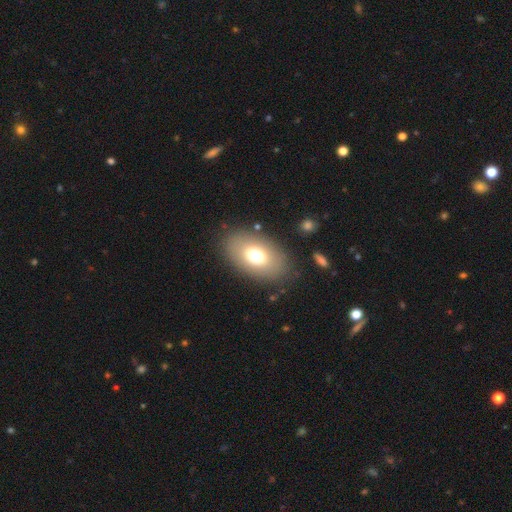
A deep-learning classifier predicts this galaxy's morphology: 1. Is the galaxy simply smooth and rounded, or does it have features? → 70% smooth, 19% featured or disk, 11% star or artifact.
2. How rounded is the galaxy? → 86% in between, 13% round, 1% cigar-shaped.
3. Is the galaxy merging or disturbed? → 84% none, 10% minor disturbance, 5% major disturbance, 2% merger.